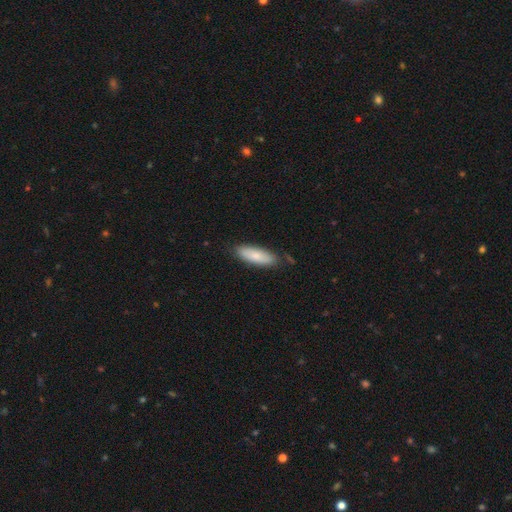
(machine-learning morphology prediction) This is likely a smooth galaxy (79%). How rounded: possibly in between (55%). Merging: clearly none (80%).